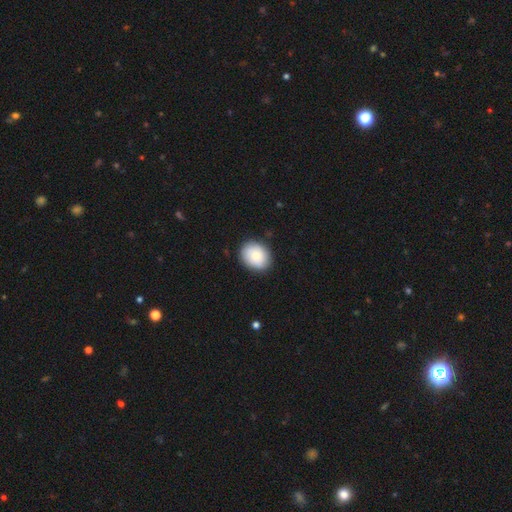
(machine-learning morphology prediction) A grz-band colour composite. It shows a smooth galaxy with no disk features (83%) that is round (52%). Merging: none (86%).